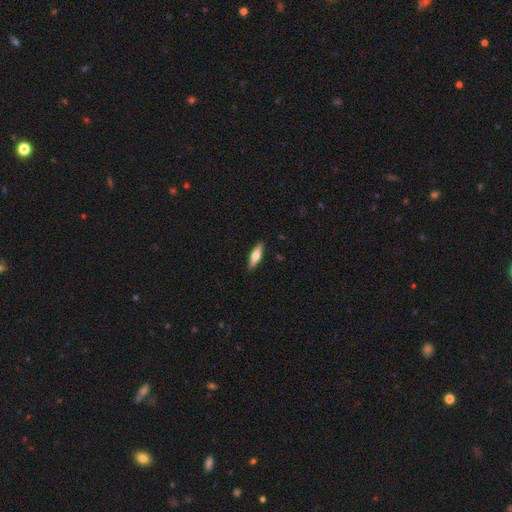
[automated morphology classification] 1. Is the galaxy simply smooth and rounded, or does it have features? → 55% smooth, 39% featured or disk, 6% star or artifact.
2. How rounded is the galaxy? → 59% cigar-shaped, 39% in between, 2% round.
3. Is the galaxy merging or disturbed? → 89% none, 8% minor disturbance, 2% major disturbance, 1% merger.